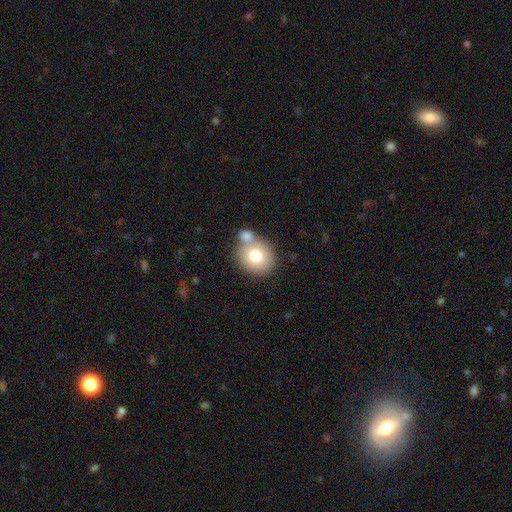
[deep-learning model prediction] Morphology: type=smooth (76%); roundness=round (76%); merging=none (53%).